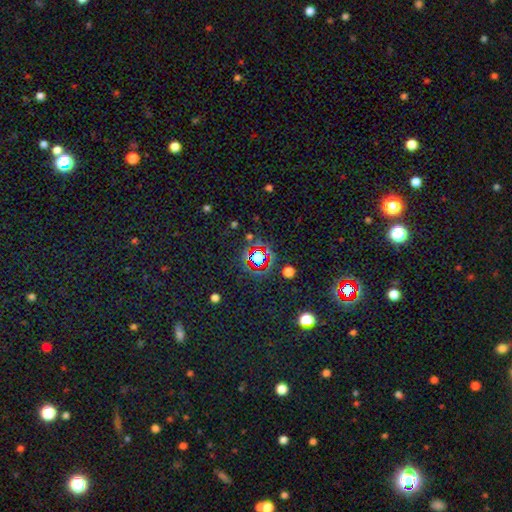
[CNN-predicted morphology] star or artifact 67%, smooth 22%, featured or disk 11%.